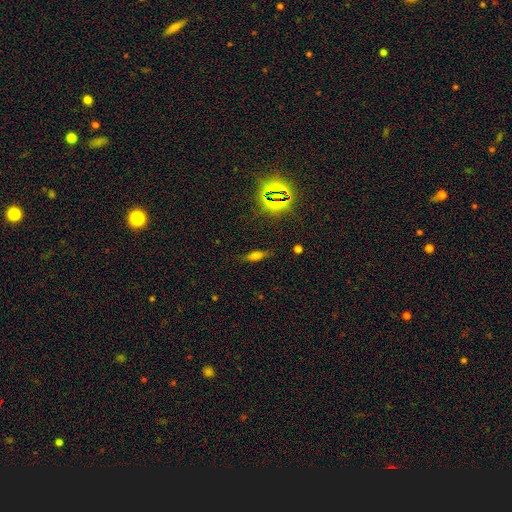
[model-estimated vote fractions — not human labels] Smooth or featured? smooth (56%)
How rounded? in between (50%)
Merging? none (81%)